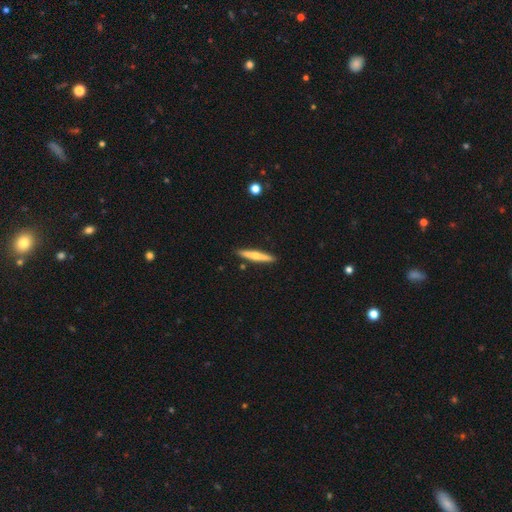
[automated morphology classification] Smooth or featured?
  - smooth: 49% *
  - featured or disk: 45%
  - star or artifact: 5%
Merging?
  - none: 90% *
  - minor disturbance: 7%
  - merger: 2%
  - major disturbance: 1%